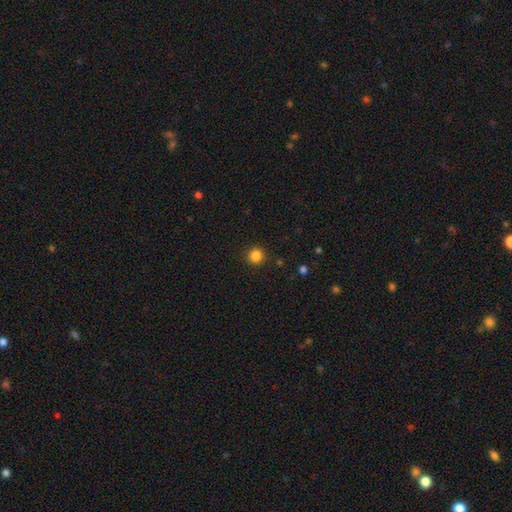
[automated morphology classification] A smooth galaxy with no disk features (85%) that is round (94%).

Vote fractions:
- Smooth or featured? smooth: 85% / star or artifact: 12% / featured or disk: 3%
- How rounded? round: 94% / in between: 6% / cigar-shaped: 1%
- Merging? none: 91% / minor disturbance: 6% / major disturbance: 2% / merger: 1%